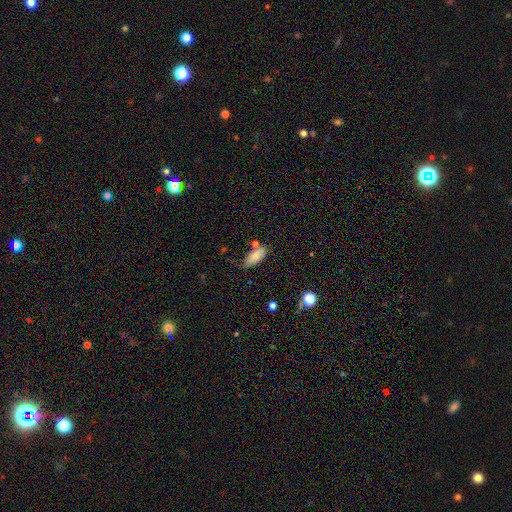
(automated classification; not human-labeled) Overall: smooth (77%). How rounded: in between (88%). Merging: none (54%; minor disturbance 29%).